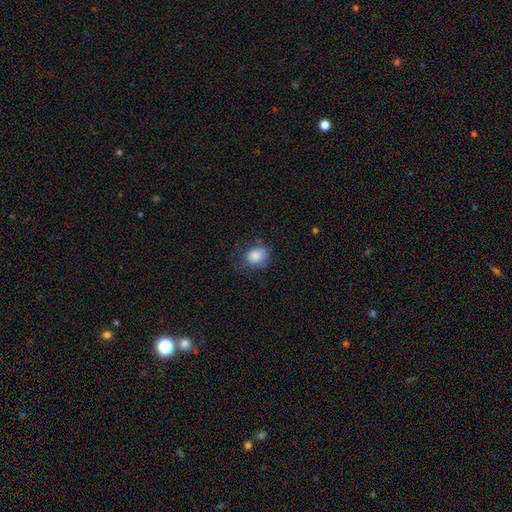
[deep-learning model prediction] Q: Smooth or featured?
A: smooth (83%); runner-up: featured or disk (9%)
Q: How rounded?
A: round (56%); runner-up: in between (43%)
Q: Merging?
A: none (55%); runner-up: minor disturbance (28%)